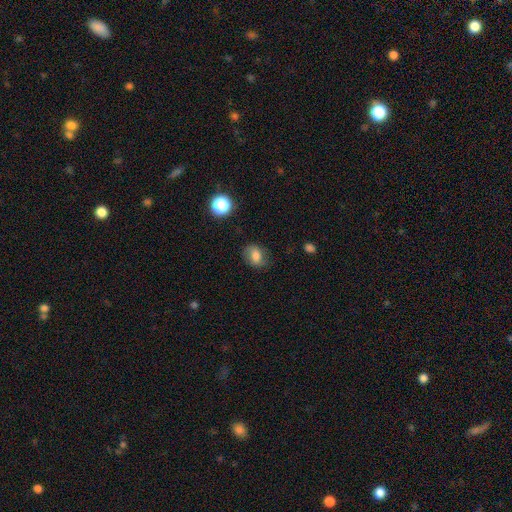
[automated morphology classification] This appears to be a smooth galaxy with no disk features (70%) that is in between round and cigar-shaped (61%). Merging: none (74%).